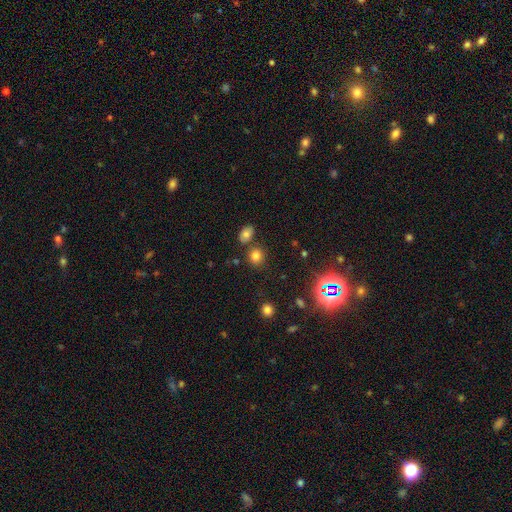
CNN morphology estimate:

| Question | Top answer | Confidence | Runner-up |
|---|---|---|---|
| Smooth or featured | smooth | 77% | star or artifact (16%) |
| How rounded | round | 74% | in between (25%) |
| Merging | none | 74% | merger (13%) |